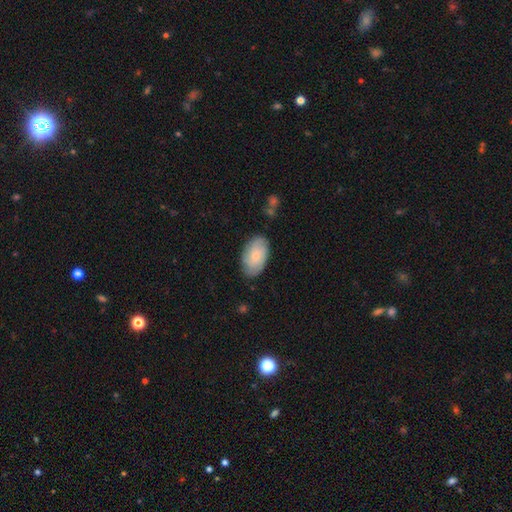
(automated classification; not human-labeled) Q: Smooth or featured?
A: smooth (61%); runner-up: featured or disk (32%)
Q: How rounded?
A: in between (94%); runner-up: round (5%)
Q: Merging?
A: none (80%); runner-up: minor disturbance (15%)